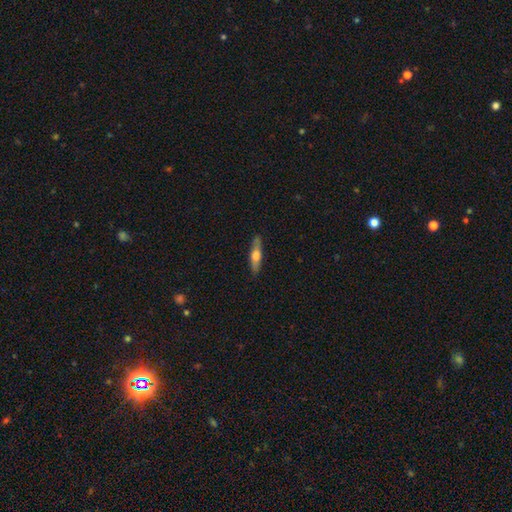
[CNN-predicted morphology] Smooth or featured: smooth — 51% (featured or disk — 44%)
How rounded: cigar-shaped — 74% (in between — 24%)
Merging: none — 84% (minor disturbance — 12%)